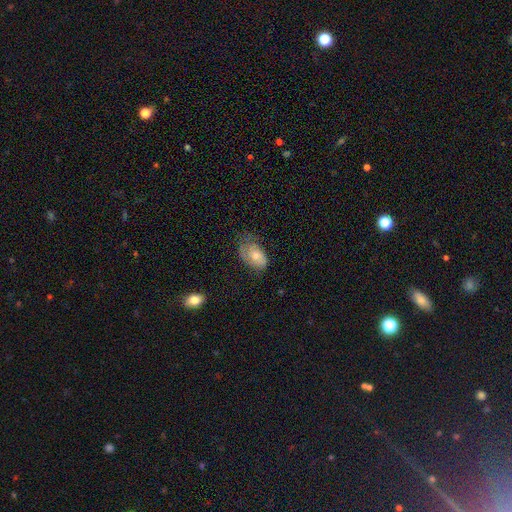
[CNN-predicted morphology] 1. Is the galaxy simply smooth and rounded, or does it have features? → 51% smooth, 41% featured or disk, 8% star or artifact.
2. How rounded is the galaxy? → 89% in between, 9% round, 2% cigar-shaped.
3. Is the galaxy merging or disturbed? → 47% none, 34% minor disturbance, 17% major disturbance, 2% merger.